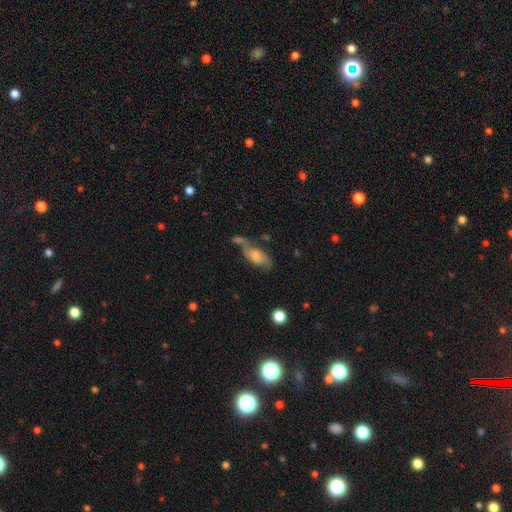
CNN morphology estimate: A smooth galaxy with no disk features (58%) that is in between round and cigar-shaped (84%).

Vote fractions:
- Smooth or featured? smooth: 58% / featured or disk: 35% / star or artifact: 8%
- How rounded? in between: 84% / cigar-shaped: 12% / round: 4%
- Merging? none: 37% / merger: 26% / minor disturbance: 22% / major disturbance: 15%